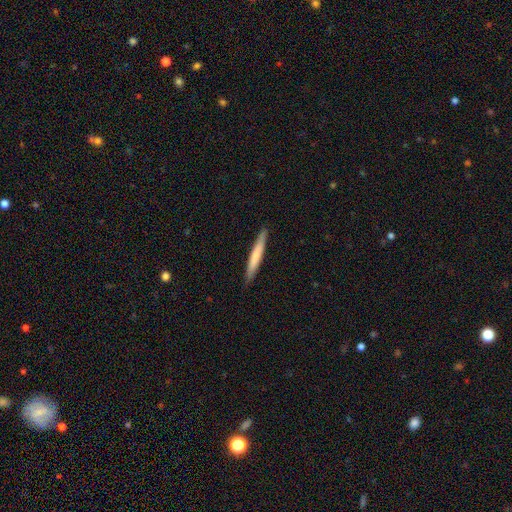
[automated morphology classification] The model was most divided on "smooth or featured": smooth: 64%, featured or disk: 31%, star or artifact: 5%. More confident: how rounded — cigar-shaped (96%); merging — none (90%).